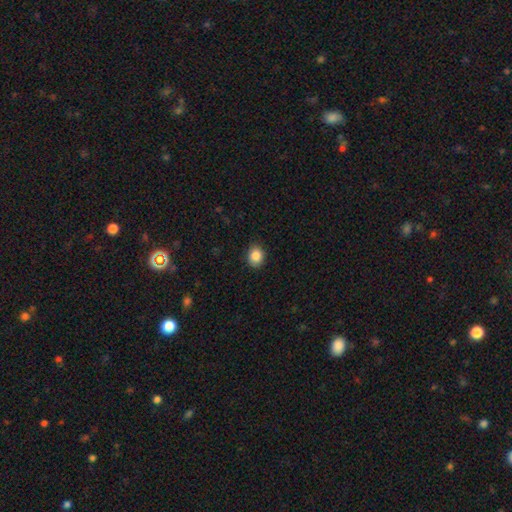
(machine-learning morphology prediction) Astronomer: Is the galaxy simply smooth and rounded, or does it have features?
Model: smooth — 87%.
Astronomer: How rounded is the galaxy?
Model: round — 59% (runner-up: in between, 40%).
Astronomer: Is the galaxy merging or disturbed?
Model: none — 89%.